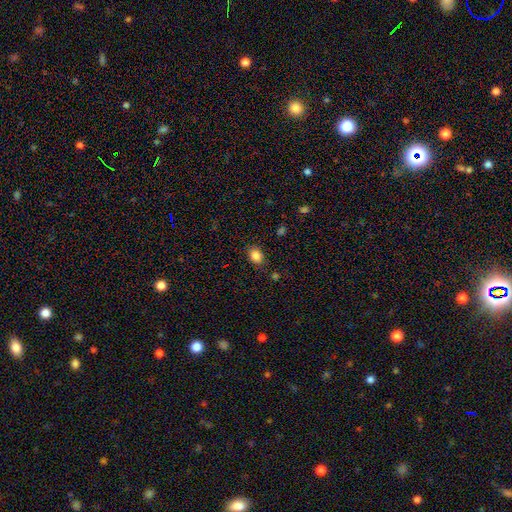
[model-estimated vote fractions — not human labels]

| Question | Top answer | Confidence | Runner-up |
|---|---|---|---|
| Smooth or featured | smooth | 85% | star or artifact (10%) |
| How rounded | in between | 68% | round (31%) |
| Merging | none | 85% | minor disturbance (11%) |